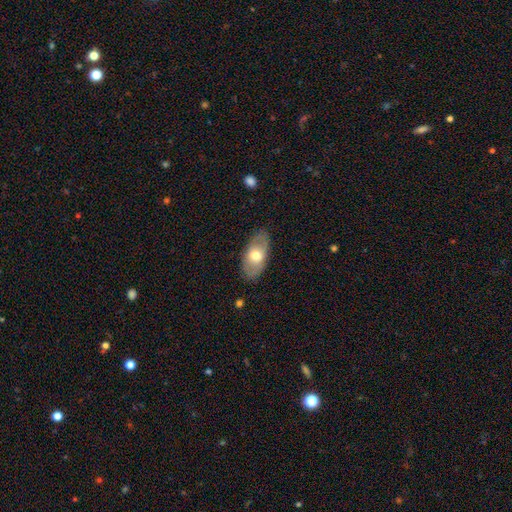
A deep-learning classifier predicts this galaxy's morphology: This appears to be a smooth galaxy with no disk features (58%) that is in between round and cigar-shaped (91%). Merging: none (83%).